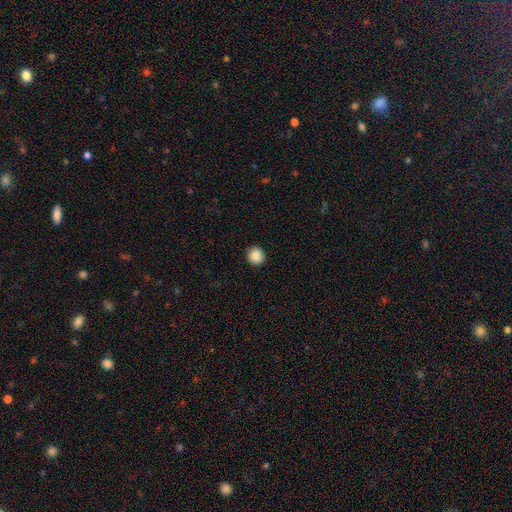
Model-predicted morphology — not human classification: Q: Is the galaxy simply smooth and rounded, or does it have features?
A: smooth — 88%.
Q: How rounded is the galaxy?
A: round — 89%.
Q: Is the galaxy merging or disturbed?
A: none — 90%.